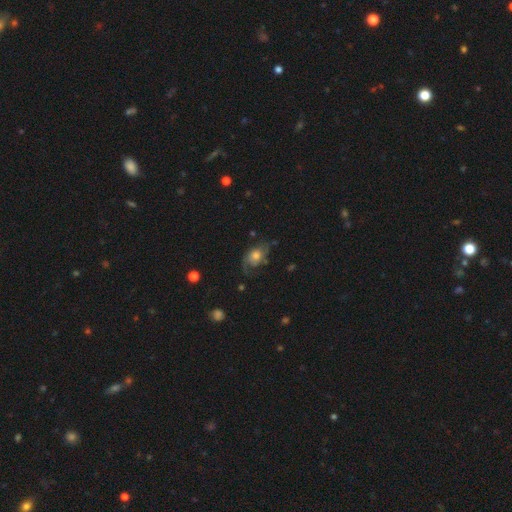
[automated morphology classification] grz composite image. It shows a featured or disk galaxy (54%) with no bar (78%), spiral arms (80%) and a moderate central bulge (53%). Merging: none (52%).